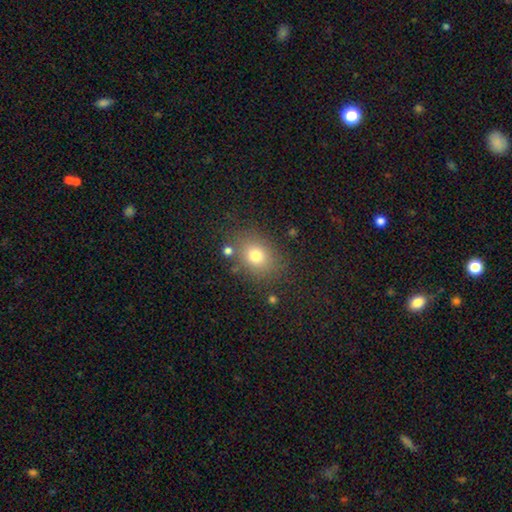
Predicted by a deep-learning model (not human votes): Overall: smooth (76%). How rounded: in between (53%; round 46%). Merging: none (79%).